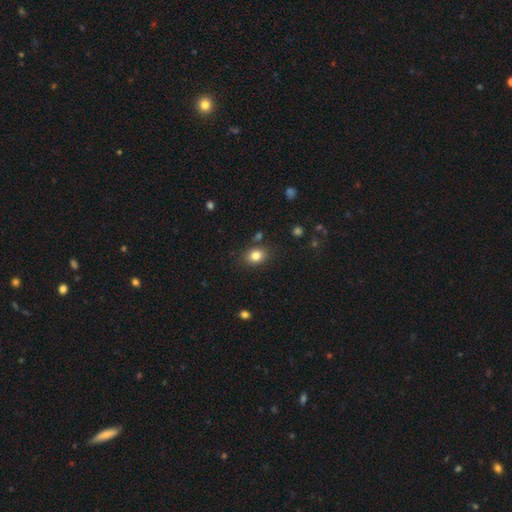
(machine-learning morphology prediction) A smooth galaxy with no disk features (82%) that is in between round and cigar-shaped (54%).

Vote fractions:
- Smooth or featured? smooth: 82% / star or artifact: 11% / featured or disk: 7%
- How rounded? in between: 54% / round: 45% / cigar-shaped: 1%
- Merging? none: 82% / minor disturbance: 11% / merger: 3% / major disturbance: 3%